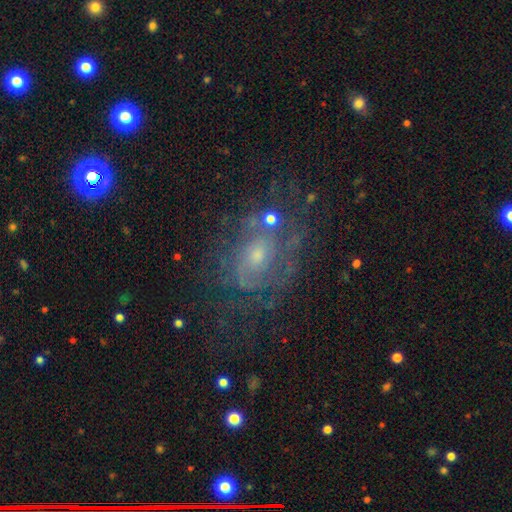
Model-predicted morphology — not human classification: A featured or disk galaxy (69%) with no bar (74%), tight (46%) spiral arms (76%) and a small central bulge (52%).

Vote fractions:
- Smooth or featured? featured or disk: 69% / smooth: 18% / star or artifact: 13%
- Edge-on disk? no: 97% / yes: 3%
- Bar? no: 74% / weak: 22% / strong: 4%
- Spiral arms? yes: 76% / no: 24%
- Spiral winding? tight: 46% / medium: 38% / loose: 16%
- Spiral arm count? can't tell: 47% / 2: 26% / 3: 11% / 1: 6% / 4: 5% / more than 4: 4%
- Bulge size? small: 52% / moderate: 41% / large: 3% / none: 3% / dominant: 1%
- Merging? none: 58% / minor disturbance: 20% / major disturbance: 17% / merger: 4%